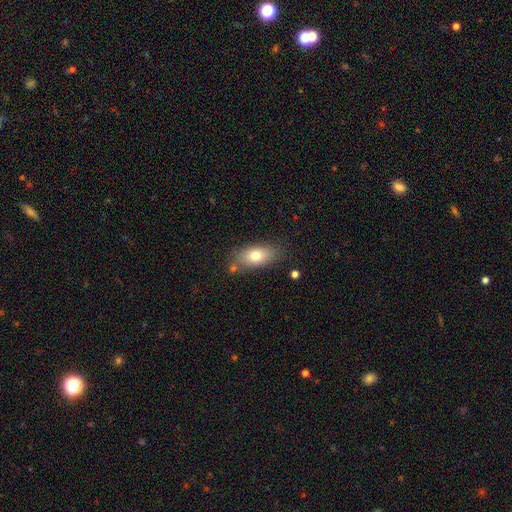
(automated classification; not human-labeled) This appears to be a smooth galaxy with no disk features (77%) that is in between round and cigar-shaped (85%). Merging: none (76%).